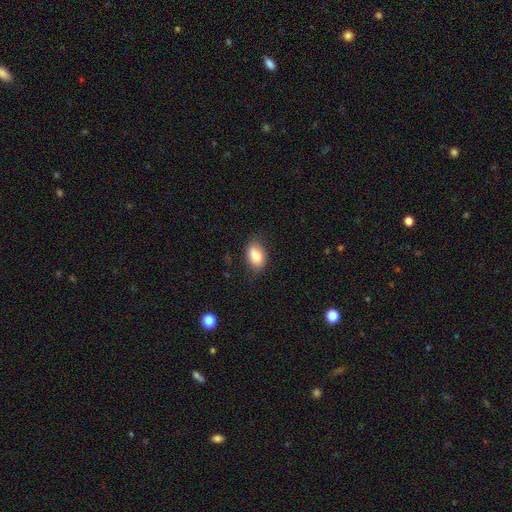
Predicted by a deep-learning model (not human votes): Smooth or featured?
  - smooth: 84% *
  - featured or disk: 8%
  - star or artifact: 7%
How rounded?
  - in between: 87% *
  - round: 12%
  - cigar-shaped: 2%
Merging?
  - none: 68% *
  - minor disturbance: 24%
  - major disturbance: 6%
  - merger: 2%